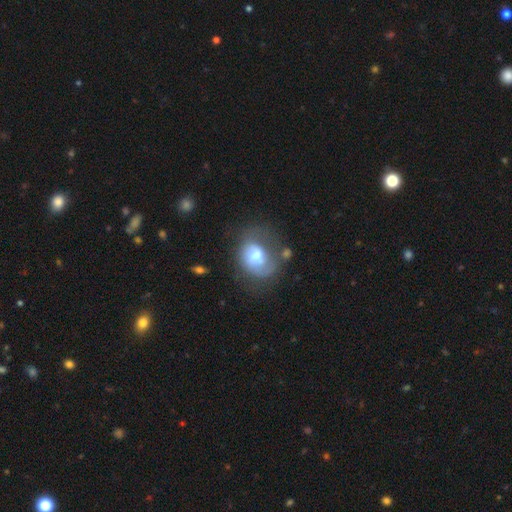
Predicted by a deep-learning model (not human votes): This is possibly a featured or disk galaxy (49%). Merging: marginally none (35%).